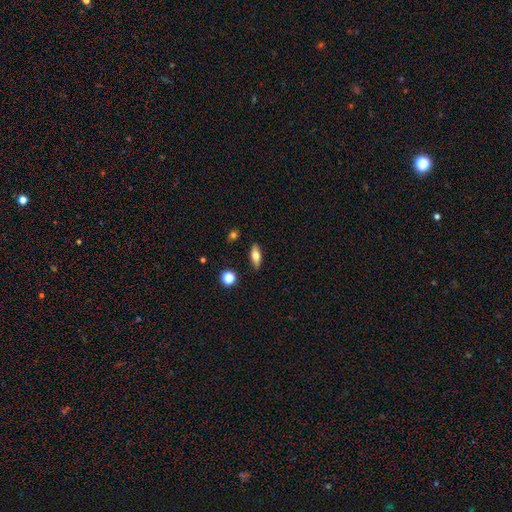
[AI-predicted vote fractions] Overall: smooth (64%; featured or disk 27%). How rounded: in between (73%). Merging: none (87%).